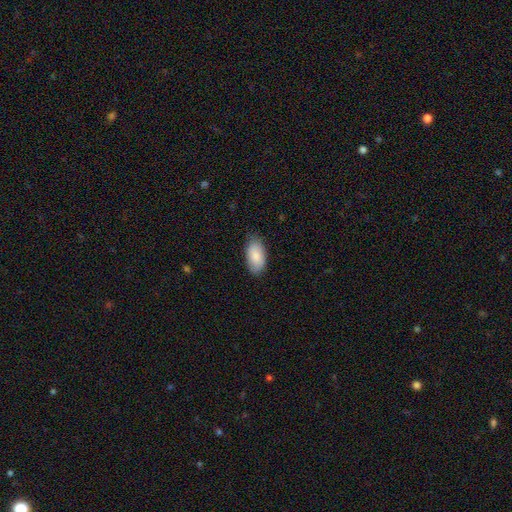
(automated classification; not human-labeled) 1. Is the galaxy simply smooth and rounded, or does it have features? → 85% smooth, 9% featured or disk, 6% star or artifact.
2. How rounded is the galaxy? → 95% in between, 3% cigar-shaped, 3% round.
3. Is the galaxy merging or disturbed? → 77% none, 19% minor disturbance, 3% major disturbance, 1% merger.